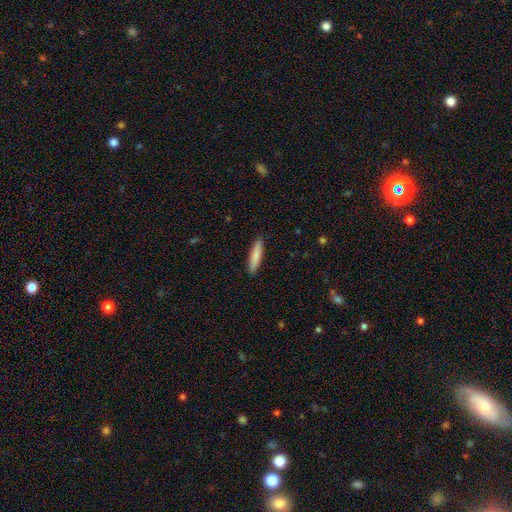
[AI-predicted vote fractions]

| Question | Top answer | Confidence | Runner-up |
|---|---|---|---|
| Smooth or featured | smooth | 81% | featured or disk (13%) |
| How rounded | cigar-shaped | 85% | in between (14%) |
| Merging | none | 90% | minor disturbance (7%) |